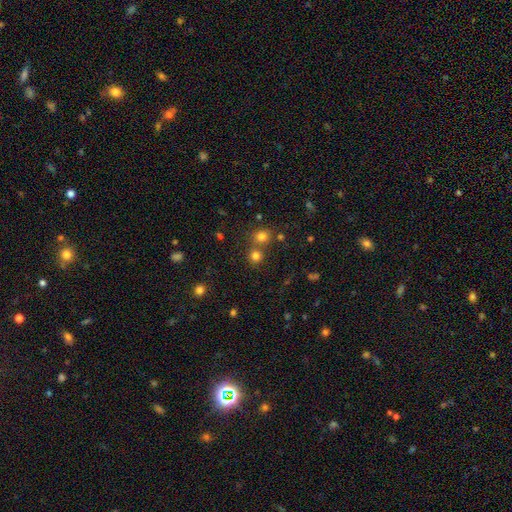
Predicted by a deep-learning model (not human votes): A smooth galaxy with no disk features (76%) that is round (89%).

Vote fractions:
- Smooth or featured? smooth: 76% / star or artifact: 18% / featured or disk: 6%
- How rounded? round: 89% / in between: 10% / cigar-shaped: 1%
- Merging? none: 66% / merger: 25% / minor disturbance: 6% / major disturbance: 3%